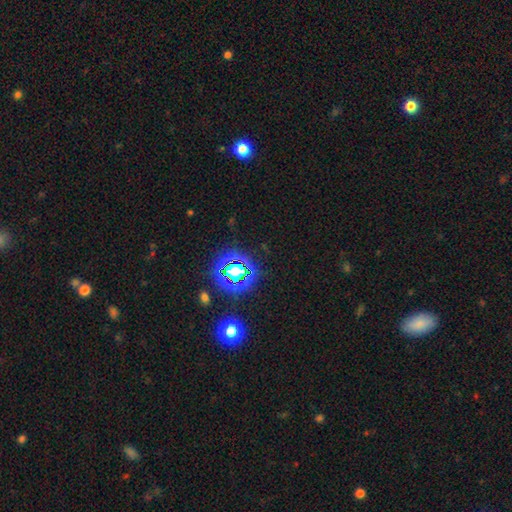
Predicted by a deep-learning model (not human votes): This is likely a star or artifact rather than a galaxy (77%).